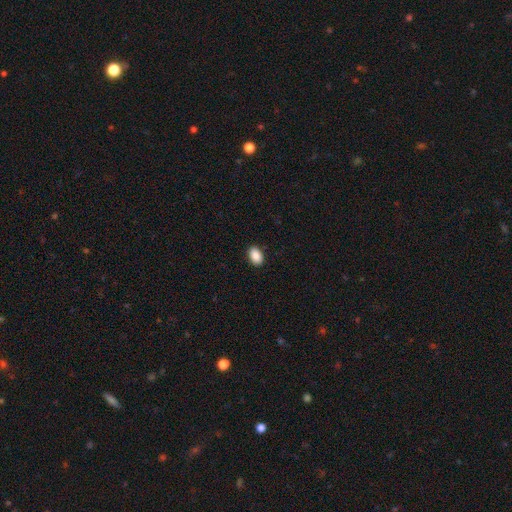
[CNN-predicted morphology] smooth_or_featured: smooth (p=0.90) [alt: star or artifact p=0.07]
how_rounded: in between (p=0.87) [alt: round p=0.12]
merging: none (p=0.90) [alt: minor disturbance p=0.08]